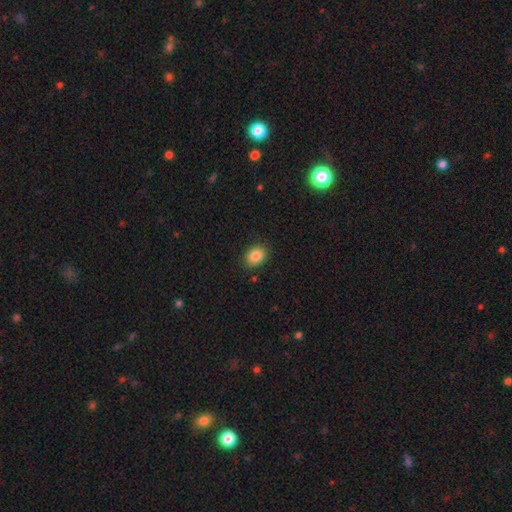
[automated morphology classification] A smooth galaxy with no disk features (86%) that is in between round and cigar-shaped (65%).

Vote fractions:
- Smooth or featured? smooth: 86% / star or artifact: 9% / featured or disk: 5%
- How rounded? in between: 65% / round: 34% / cigar-shaped: 1%
- Merging? none: 87% / minor disturbance: 9% / major disturbance: 2% / merger: 1%